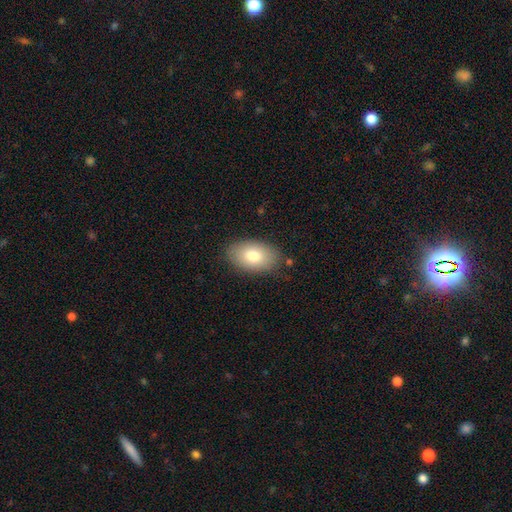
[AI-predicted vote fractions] Smooth or featured? Predicted: smooth (p=0.80). How rounded? Predicted: in between (p=0.93). Merging? Predicted: none (p=0.83).